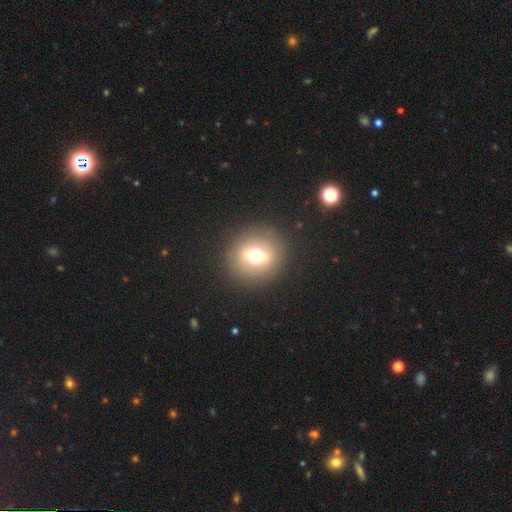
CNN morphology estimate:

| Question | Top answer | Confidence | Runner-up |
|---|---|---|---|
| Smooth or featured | smooth | 59% | featured or disk (25%) |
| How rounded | round | 86% | in between (13%) |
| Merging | none | 88% | minor disturbance (7%) |